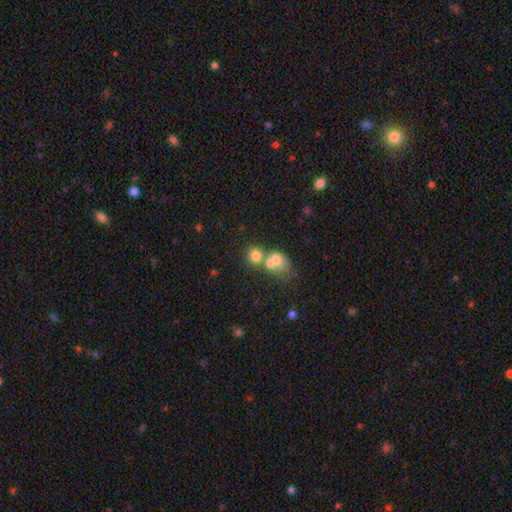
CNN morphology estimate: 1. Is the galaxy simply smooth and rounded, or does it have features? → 71% smooth, 17% featured or disk, 12% star or artifact.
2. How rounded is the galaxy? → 72% round, 27% in between, 1% cigar-shaped.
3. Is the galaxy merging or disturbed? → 55% merger, 32% none, 8% minor disturbance, 5% major disturbance.